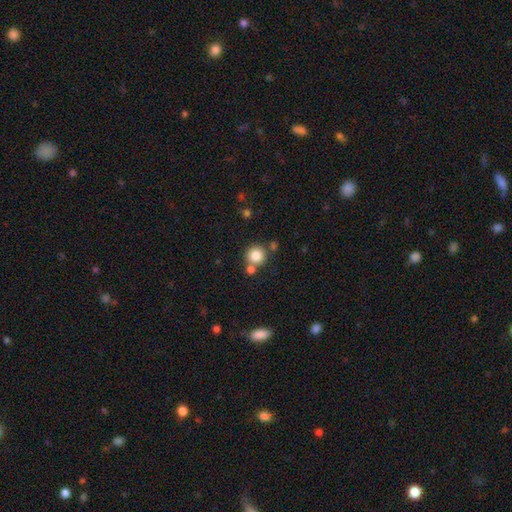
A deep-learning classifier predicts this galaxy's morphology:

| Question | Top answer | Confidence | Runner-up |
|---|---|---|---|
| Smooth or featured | smooth | 83% | star or artifact (10%) |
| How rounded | round | 92% | in between (7%) |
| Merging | none | 69% | merger (19%) |